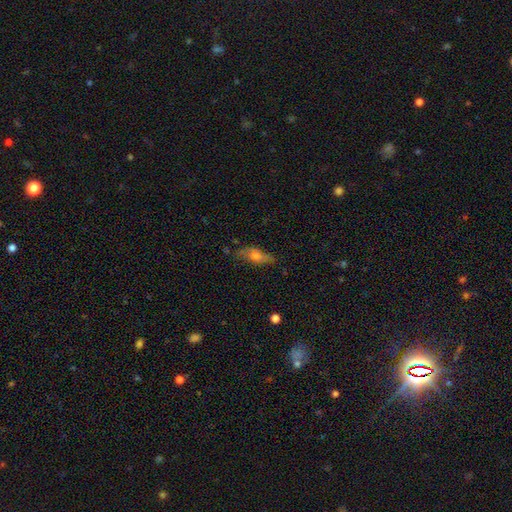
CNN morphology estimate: smooth_or_featured: smooth (p=0.50) [alt: featured or disk p=0.40]
merging: none (p=0.63) [alt: minor disturbance p=0.26]